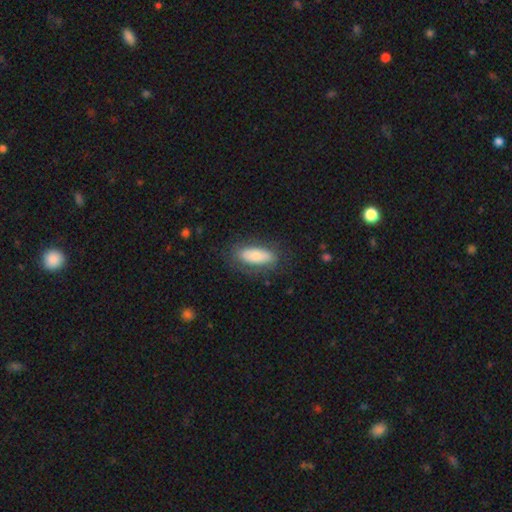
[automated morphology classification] smooth_or_featured: smooth (p=0.72) [alt: featured or disk p=0.21]
how_rounded: in between (p=0.77) [alt: cigar-shaped p=0.20]
merging: none (p=0.76) [alt: minor disturbance p=0.16]